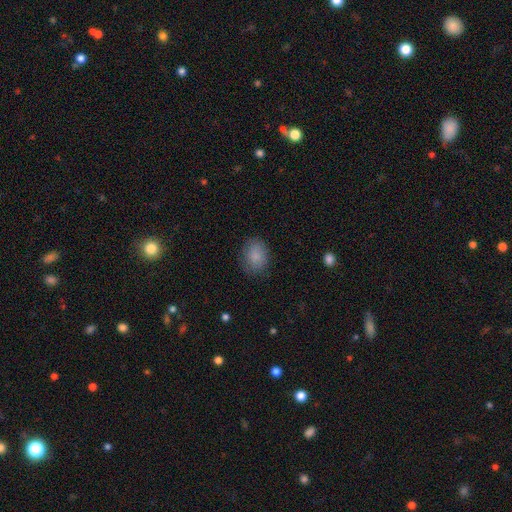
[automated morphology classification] smooth 86%, star or artifact 8%, featured or disk 6%. Down the decision tree: how rounded — in between (61%); merging — none (79%).